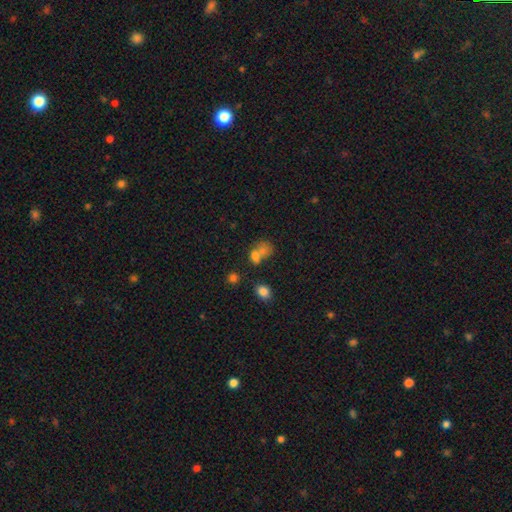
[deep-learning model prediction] Q: Smooth or featured?
A: smooth (67%); runner-up: star or artifact (16%)
Q: How rounded?
A: in between (56%); runner-up: round (42%)
Q: Merging?
A: merger (51%); runner-up: none (29%)